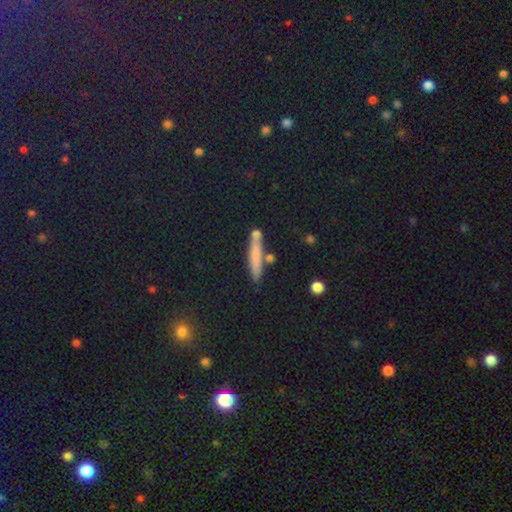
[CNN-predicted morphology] Smooth or featured?
  - smooth: 66% *
  - featured or disk: 21%
  - star or artifact: 13%
How rounded?
  - cigar-shaped: 89% *
  - in between: 8%
  - round: 3%
Merging?
  - none: 75% *
  - minor disturbance: 12%
  - merger: 9%
  - major disturbance: 4%